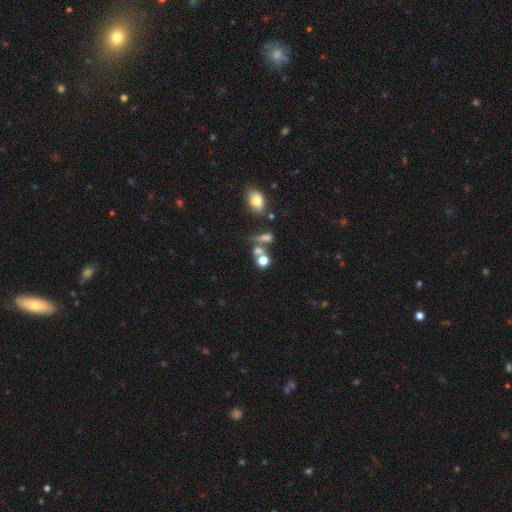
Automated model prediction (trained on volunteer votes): smooth-or-featured: smooth: 42% | star or artifact: 39% | featured or disk: 19%
  merging: none: 54% | merger: 28% | minor disturbance: 11% | major disturbance: 8%